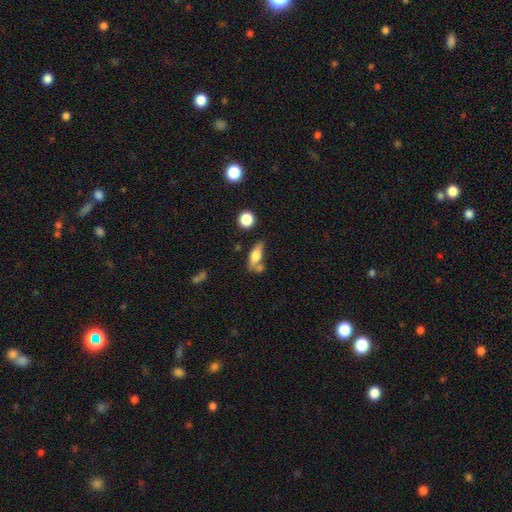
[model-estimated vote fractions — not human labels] smooth-or-featured: smooth: 64% | featured or disk: 27% | star or artifact: 9%
  how-rounded: in between: 64% | cigar-shaped: 30% | round: 5%
  merging: none: 52% | merger: 21% | minor disturbance: 18% | major disturbance: 8%